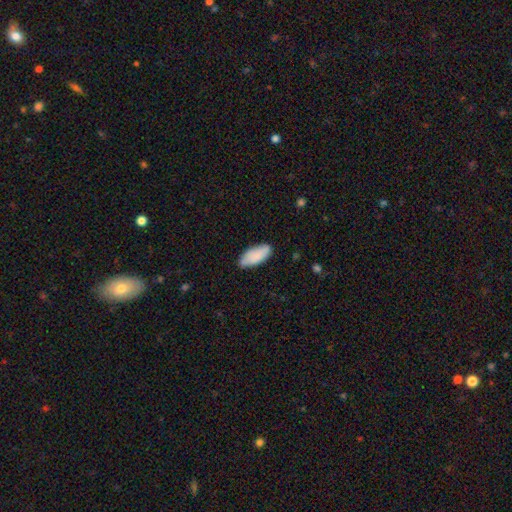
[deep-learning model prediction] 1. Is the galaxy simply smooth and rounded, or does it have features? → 86% smooth, 8% featured or disk, 6% star or artifact.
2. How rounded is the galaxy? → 86% in between, 12% cigar-shaped, 2% round.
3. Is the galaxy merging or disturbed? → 79% none, 16% minor disturbance, 3% major disturbance, 1% merger.